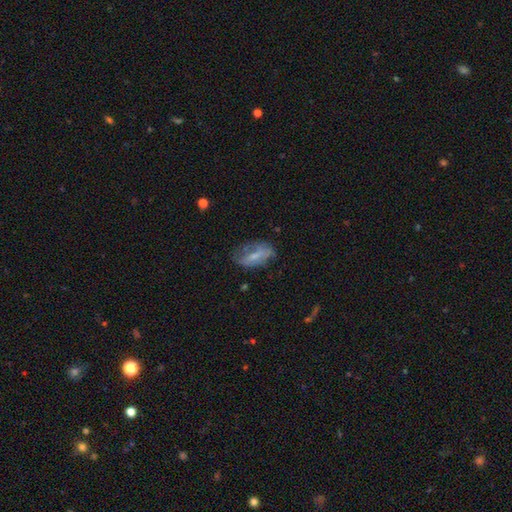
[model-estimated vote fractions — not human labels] This appears to be a smooth galaxy with no disk features (47%). Merging: none (50%).